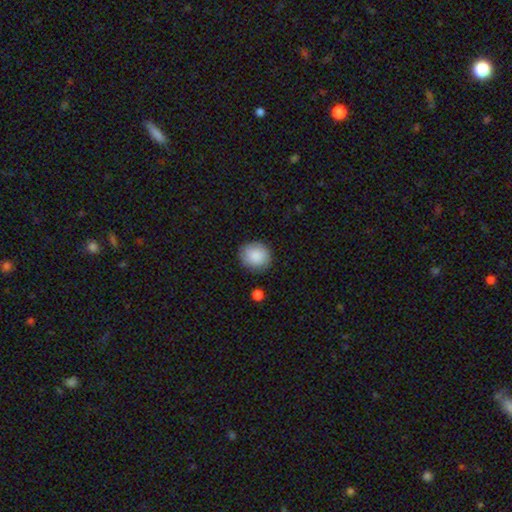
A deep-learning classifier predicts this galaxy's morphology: Smooth or featured: smooth — 87% (star or artifact — 7%)
How rounded: round — 82% (in between — 18%)
Merging: none — 86% (minor disturbance — 10%)